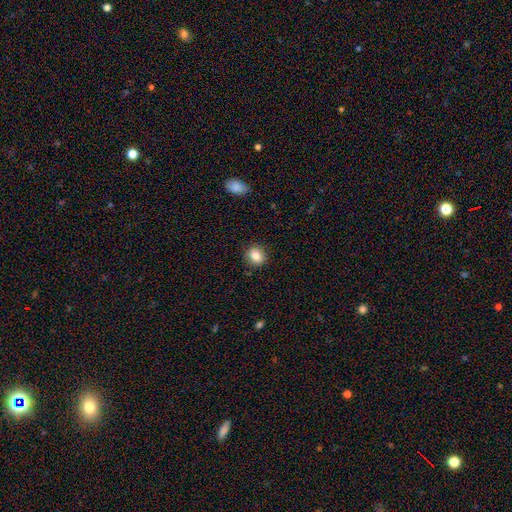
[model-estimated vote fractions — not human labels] This is clearly a smooth galaxy (85%). How rounded: likely round (72%). Merging: clearly none (88%).